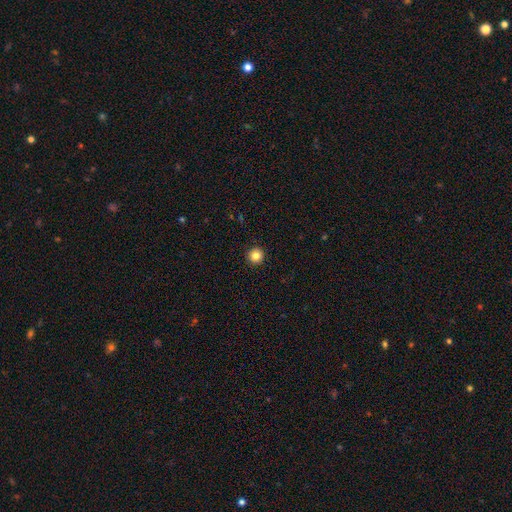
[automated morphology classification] Smooth or featured: smooth — 84% (star or artifact — 11%)
How rounded: round — 96% (in between — 3%)
Merging: none — 93% (minor disturbance — 4%)